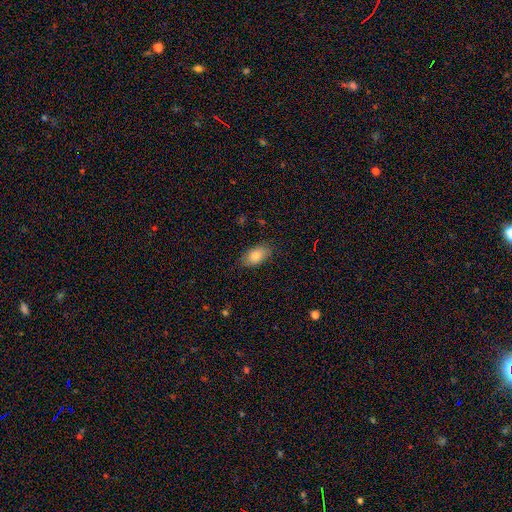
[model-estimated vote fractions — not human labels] Smooth or featured: smooth — 81% (featured or disk — 12%)
How rounded: in between — 91% (round — 6%)
Merging: none — 82% (minor disturbance — 14%)